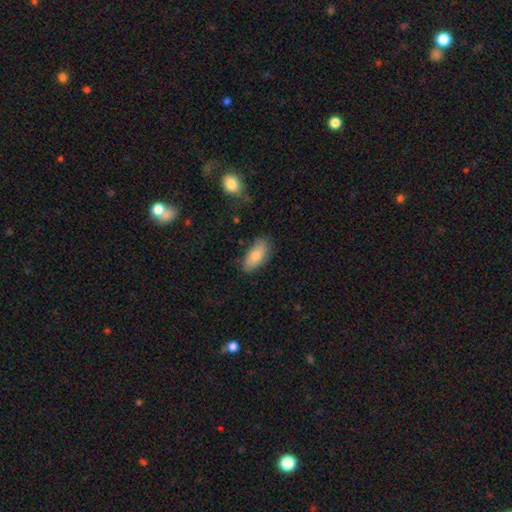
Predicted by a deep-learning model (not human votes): smooth 78%, featured or disk 15%, star or artifact 6%. Down the decision tree: how rounded — in between (88%); merging — none (79%).